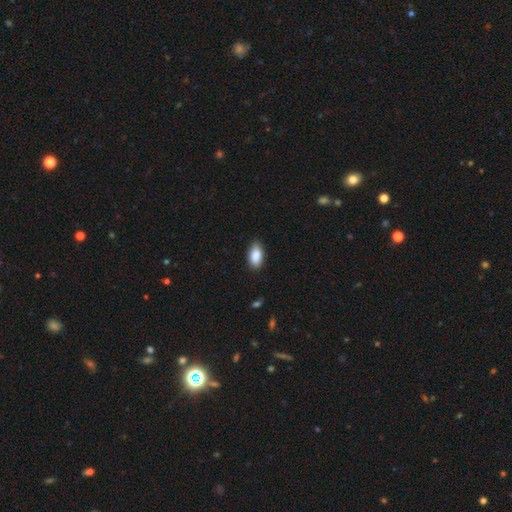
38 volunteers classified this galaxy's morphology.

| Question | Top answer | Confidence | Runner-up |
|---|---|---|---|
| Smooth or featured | smooth | 95% | featured or disk (5%) |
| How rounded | in between | 92% | cigar-shaped (6%) |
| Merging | none | 82% | minor disturbance (18%) |